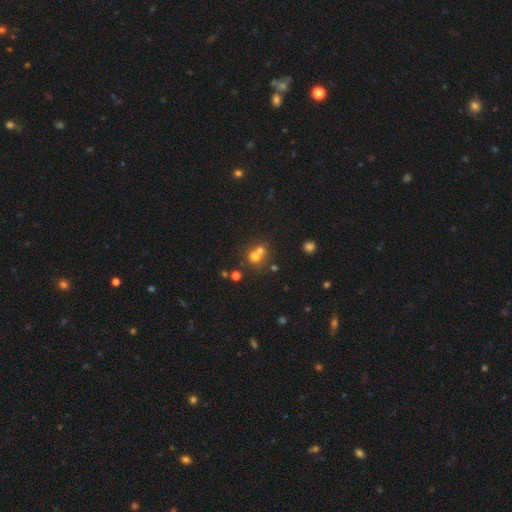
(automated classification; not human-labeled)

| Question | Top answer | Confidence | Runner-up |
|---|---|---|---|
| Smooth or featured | smooth | 64% | star or artifact (19%) |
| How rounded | round | 81% | in between (18%) |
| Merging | merger | 54% | none (37%) |